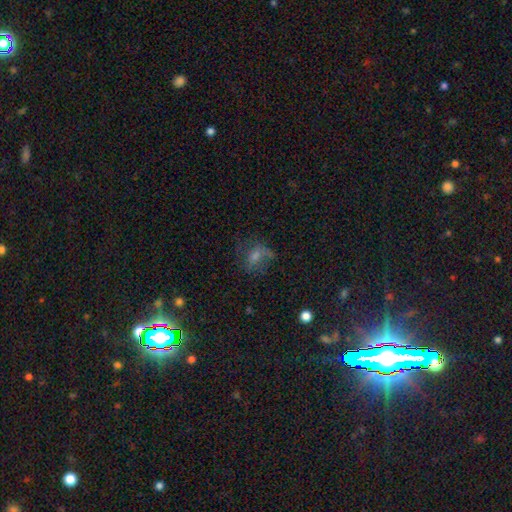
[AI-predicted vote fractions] A smooth galaxy with no disk features (34%).

Vote fractions:
- Smooth or featured? smooth: 34% / featured or disk: 33% / star or artifact: 33%
- Merging? none: 53% / major disturbance: 23% / minor disturbance: 21% / merger: 3%